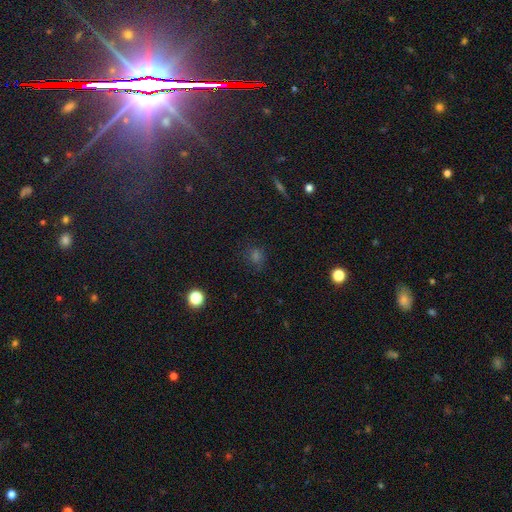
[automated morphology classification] type=smooth (56%); roundness=round (79%); merging=none (81%).